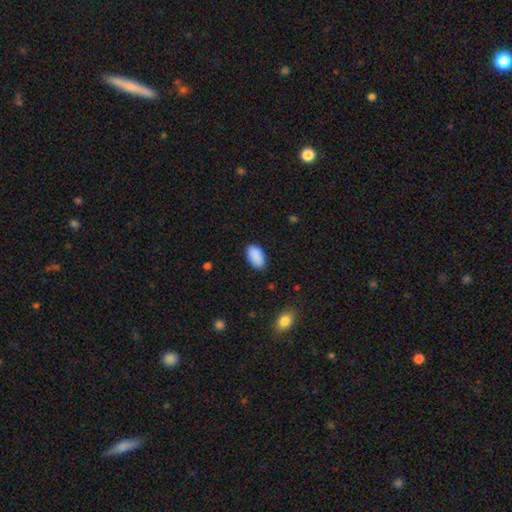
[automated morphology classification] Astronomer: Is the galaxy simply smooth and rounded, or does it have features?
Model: smooth — 90%.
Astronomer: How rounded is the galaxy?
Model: in between — 95%.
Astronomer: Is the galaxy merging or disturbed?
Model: none — 85%.